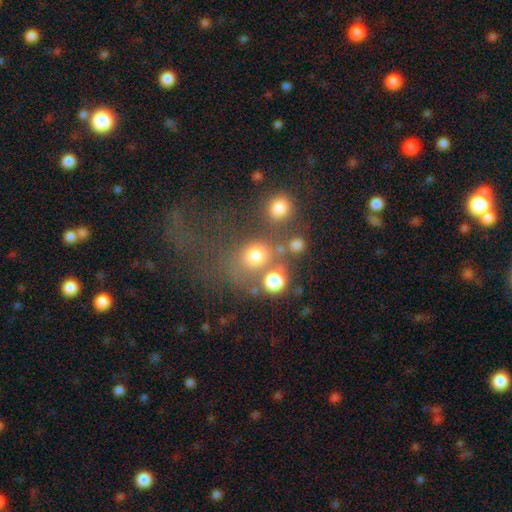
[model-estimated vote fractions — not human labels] A smooth galaxy with no disk features (72%) that is round (75%). Merging: none (50%).